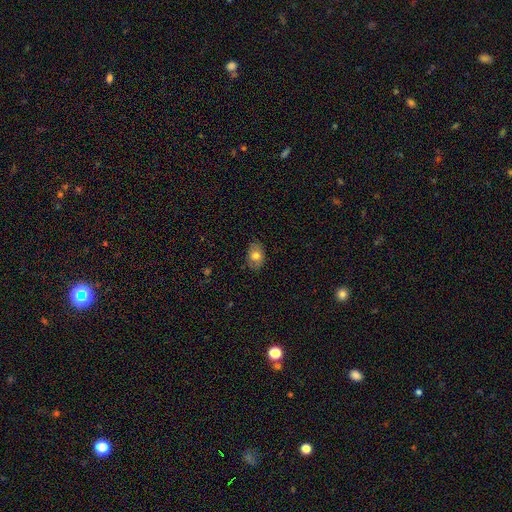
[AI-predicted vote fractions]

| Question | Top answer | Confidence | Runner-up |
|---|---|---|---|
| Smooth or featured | smooth | 76% | featured or disk (15%) |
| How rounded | in between | 81% | round (18%) |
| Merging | none | 83% | minor disturbance (14%) |